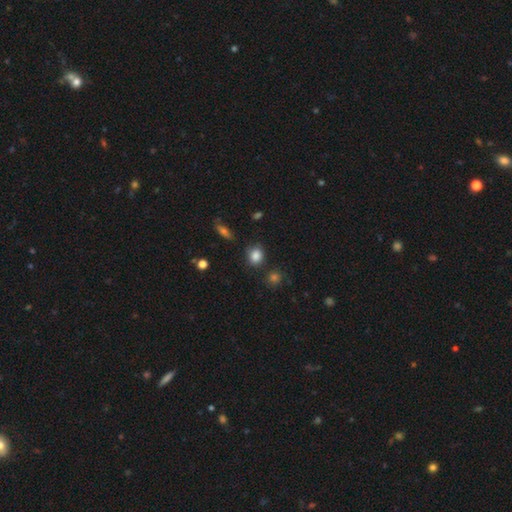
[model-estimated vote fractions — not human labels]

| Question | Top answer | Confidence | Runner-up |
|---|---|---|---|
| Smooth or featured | smooth | 84% | star or artifact (11%) |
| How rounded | round | 64% | in between (34%) |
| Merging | none | 78% | minor disturbance (14%) |